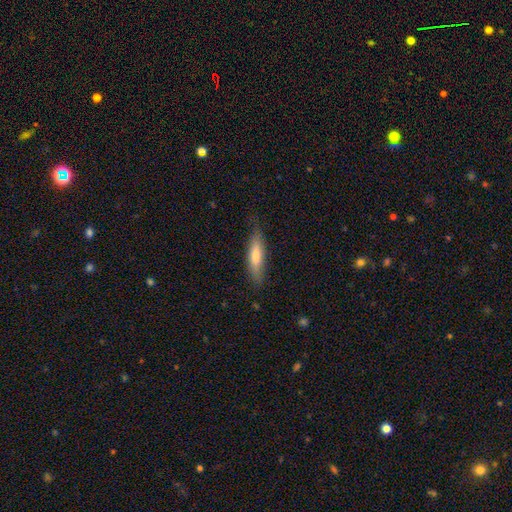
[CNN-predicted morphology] A smooth galaxy with no disk features (65%) that is cigar-shaped (75%).

Vote fractions:
- Smooth or featured? smooth: 65% / featured or disk: 29% / star or artifact: 6%
- How rounded? cigar-shaped: 75% / in between: 24% / round: 2%
- Merging? none: 78% / minor disturbance: 17% / major disturbance: 3% / merger: 1%